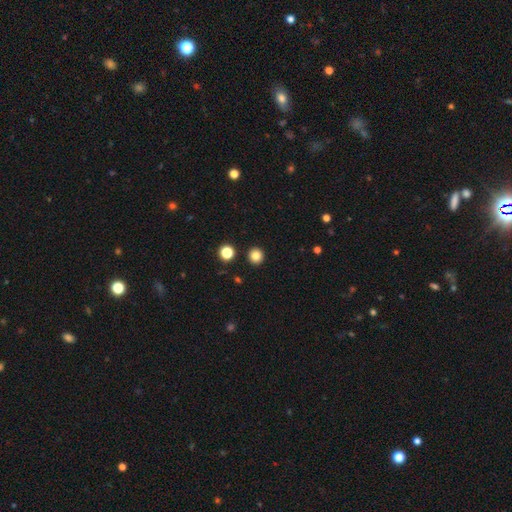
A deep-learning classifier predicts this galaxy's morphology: This appears to be a smooth galaxy with no disk features (83%) that is round (94%). Merging: none (92%).